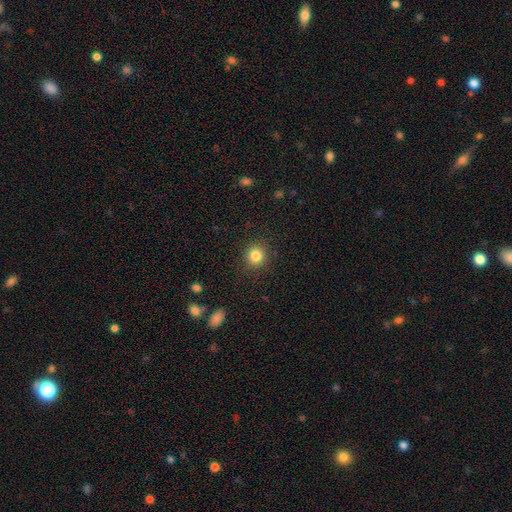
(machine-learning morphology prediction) Q: Smooth or featured?
A: smooth (84%); runner-up: star or artifact (11%)
Q: How rounded?
A: round (89%); runner-up: in between (10%)
Q: Merging?
A: none (89%); runner-up: minor disturbance (7%)